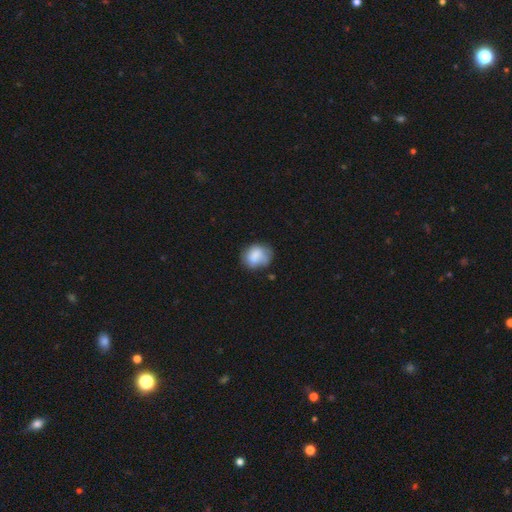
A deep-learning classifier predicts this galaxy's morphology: Smooth or featured: smooth — 75% (featured or disk — 17%)
How rounded: round — 57% (in between — 42%)
Merging: none — 53% (minor disturbance — 30%)